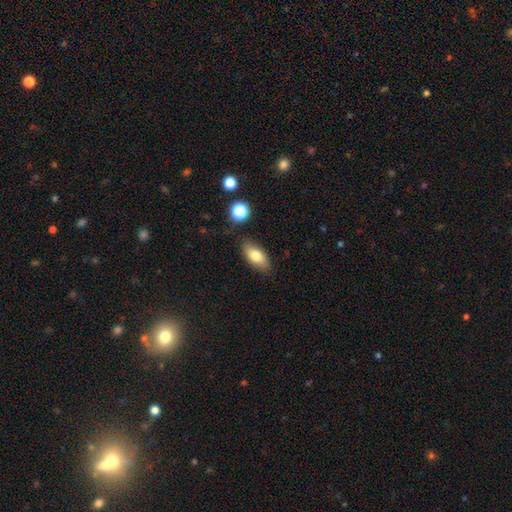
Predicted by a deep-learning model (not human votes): smooth_or_featured: smooth (p=0.76) [alt: featured or disk p=0.16]
how_rounded: in between (p=0.84) [alt: cigar-shaped p=0.11]
merging: none (p=0.83) [alt: minor disturbance p=0.12]